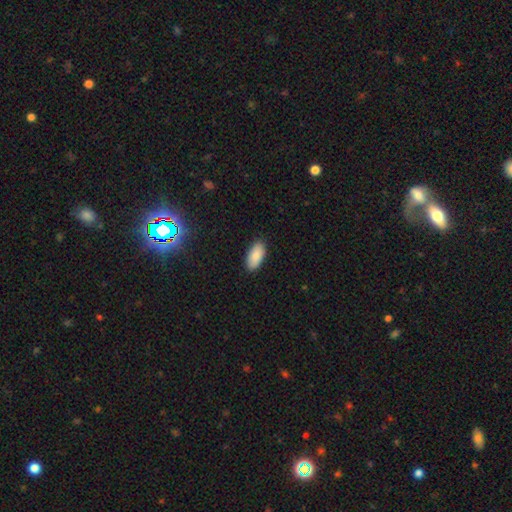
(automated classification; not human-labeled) Smooth or featured?
  - smooth: 88% *
  - star or artifact: 7%
  - featured or disk: 6%
How rounded?
  - in between: 92% *
  - cigar-shaped: 6%
  - round: 2%
Merging?
  - none: 89% *
  - minor disturbance: 8%
  - major disturbance: 2%
  - merger: 1%